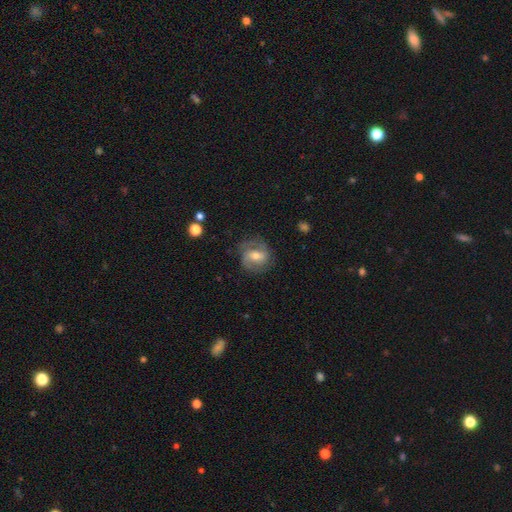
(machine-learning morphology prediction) Overall: featured or disk (68%). Edge-on disk: no (97%). Bar: weak (45%; no 30%). Spiral arms: yes (87%). Spiral arm count: 2 (79%). Spiral winding: medium (47%; tight 33%). Bulge size: moderate (64%; small 30%). Merging: none (72%).